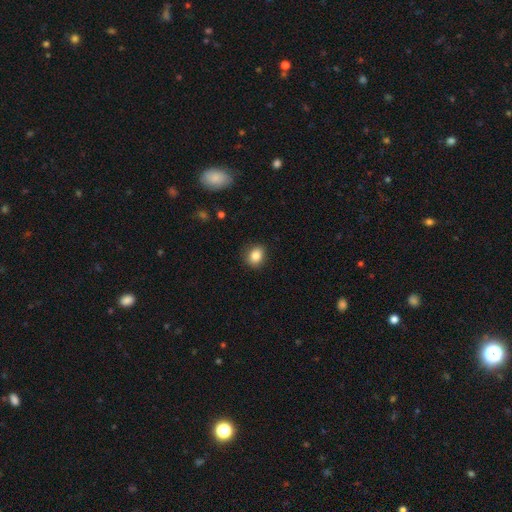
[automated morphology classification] type=smooth (85%); roundness=round (51%); merging=none (85%).